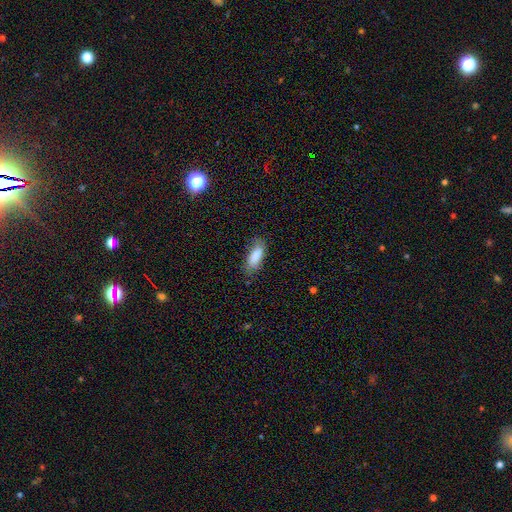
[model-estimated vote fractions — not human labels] Smooth or featured?
  - smooth: 83% *
  - featured or disk: 10%
  - star or artifact: 7%
How rounded?
  - in between: 73% *
  - cigar-shaped: 25%
  - round: 2%
Merging?
  - none: 70% *
  - minor disturbance: 23%
  - major disturbance: 6%
  - merger: 2%